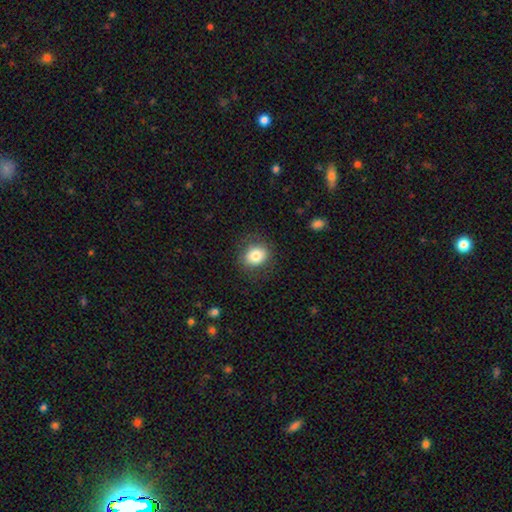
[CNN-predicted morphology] Smooth or featured? Predicted: smooth (p=0.82). How rounded? Predicted: round (p=0.68). Merging? Predicted: none (p=0.84).